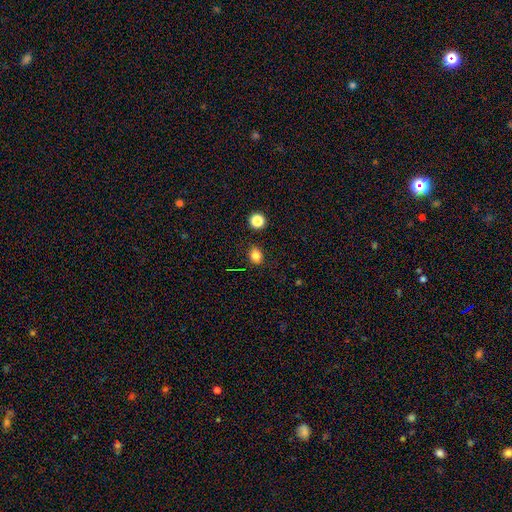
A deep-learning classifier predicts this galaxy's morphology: This appears to be a smooth galaxy with no disk features (82%) that is round (59%). Merging: none (85%).